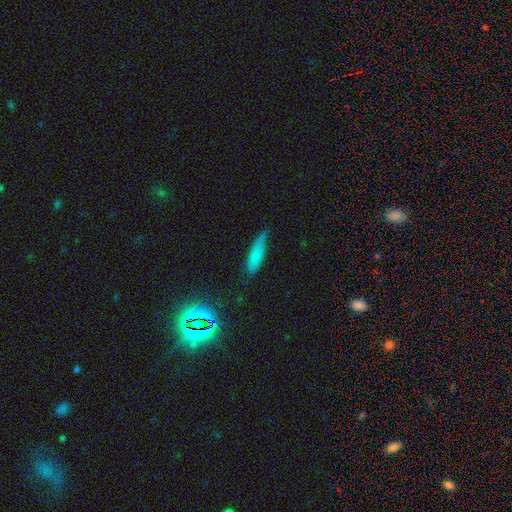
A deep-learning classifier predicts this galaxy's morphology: A smooth galaxy with no disk features (71%) that is cigar-shaped (63%). Merging: none (56%).